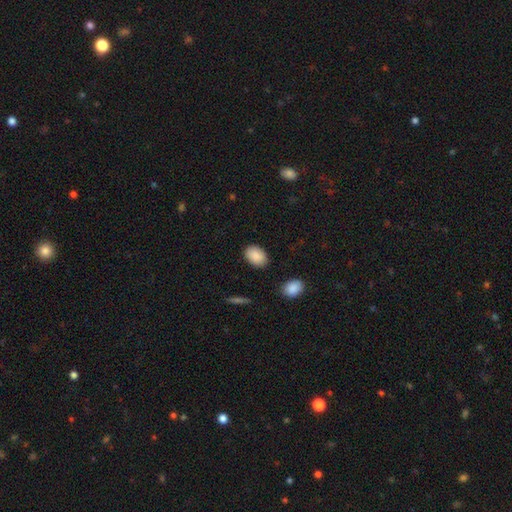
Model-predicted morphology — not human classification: smooth 89%, star or artifact 7%, featured or disk 4%. Down the decision tree: how rounded — in between (85%); merging — none (86%).